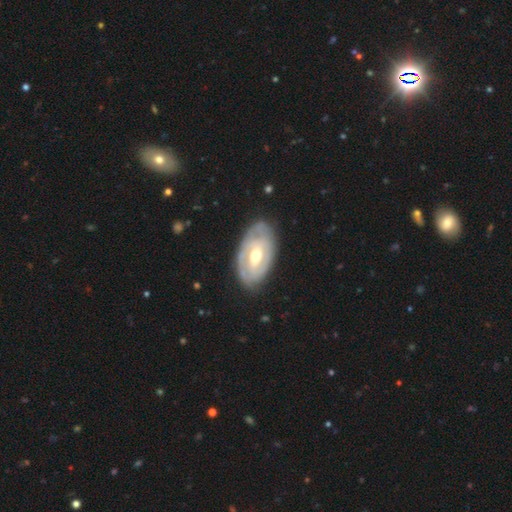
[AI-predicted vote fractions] Smooth or featured?
  - featured or disk: 76% *
  - smooth: 19%
  - star or artifact: 4%
Edge-on disk?
  - no: 93% *
  - yes: 7%
Bar?
  - no: 42% *
  - weak: 40%
  - strong: 17%
Spiral arms?
  - yes: 73% *
  - no: 27%
Spiral winding?
  - tight: 68% *
  - medium: 23%
  - loose: 9%
Spiral arm count?
  - can't tell: 41% *
  - 2: 40%
  - 3: 9%
  - 1: 6%
  - 4: 3%
  - more than 4: 3%
Bulge size?
  - moderate: 73% *
  - small: 20%
  - large: 5%
  - dominant: 1%
  - none: 1%
Merging?
  - none: 76% *
  - minor disturbance: 18%
  - major disturbance: 5%
  - merger: 1%